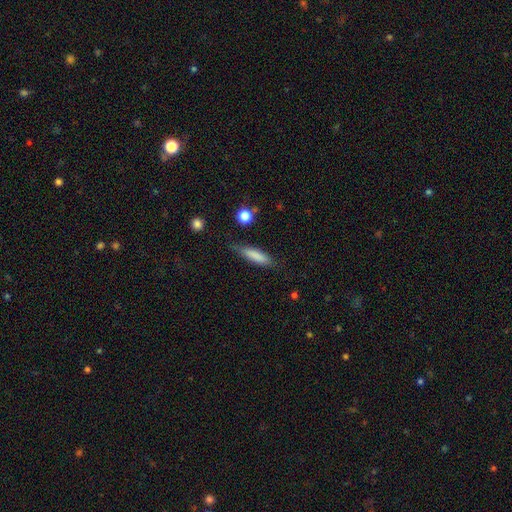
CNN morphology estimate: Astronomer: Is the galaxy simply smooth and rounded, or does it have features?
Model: smooth — 80%.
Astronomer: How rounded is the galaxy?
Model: cigar-shaped — 75%.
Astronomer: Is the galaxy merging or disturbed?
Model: none — 73%.